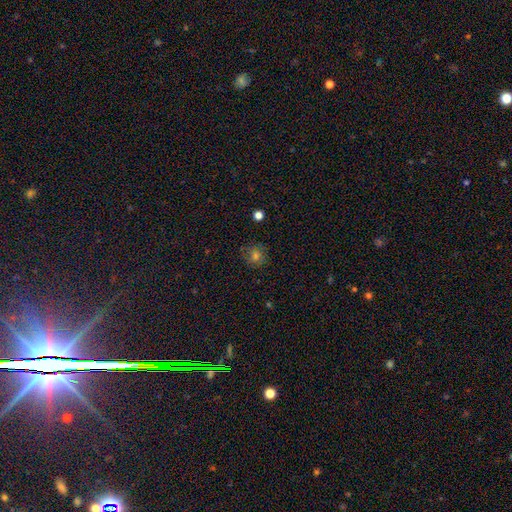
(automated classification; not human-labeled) Smooth or featured?
  - smooth: 64% *
  - star or artifact: 22%
  - featured or disk: 14%
How rounded?
  - round: 89% *
  - in between: 10%
  - cigar-shaped: 1%
Merging?
  - none: 82% *
  - minor disturbance: 12%
  - major disturbance: 4%
  - merger: 1%